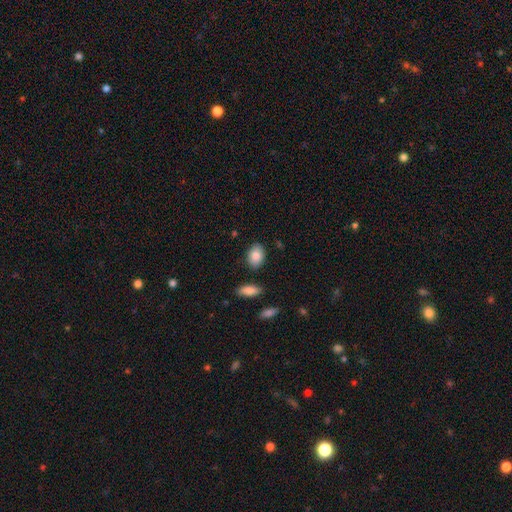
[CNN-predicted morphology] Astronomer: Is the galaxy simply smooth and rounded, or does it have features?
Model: smooth — 86%.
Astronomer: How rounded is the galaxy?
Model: in between — 80%.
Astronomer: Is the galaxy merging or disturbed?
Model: none — 85%.